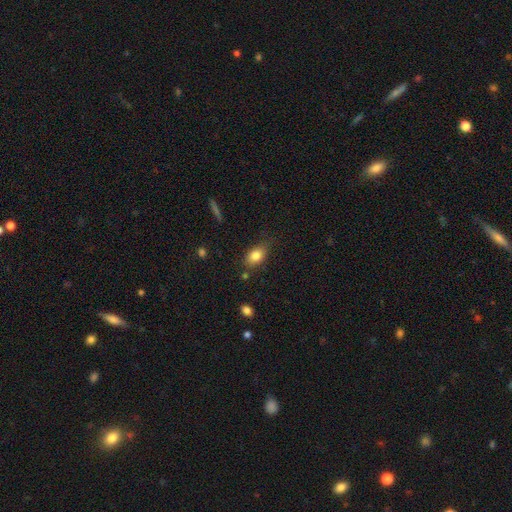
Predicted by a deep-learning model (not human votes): This is clearly a smooth galaxy (82%). How rounded: clearly in between (81%). Merging: likely none (72%).